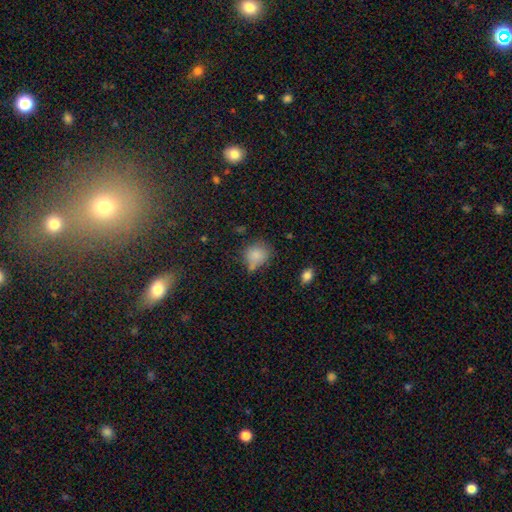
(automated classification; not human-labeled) A smooth galaxy with no disk features (81%) that is round (63%). Merging: none (48%).